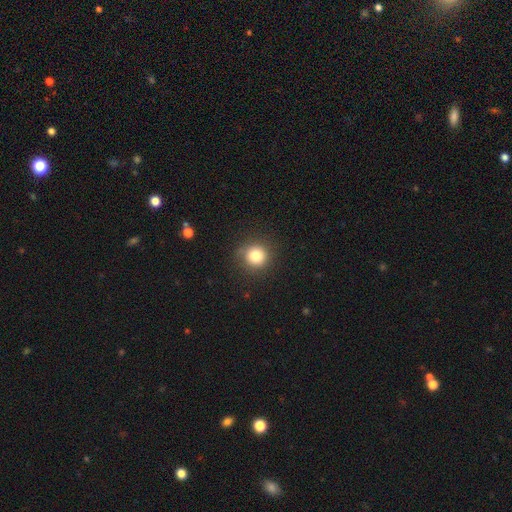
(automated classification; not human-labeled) This appears to be a smooth galaxy with no disk features (81%) that is round (93%). Merging: none (85%).